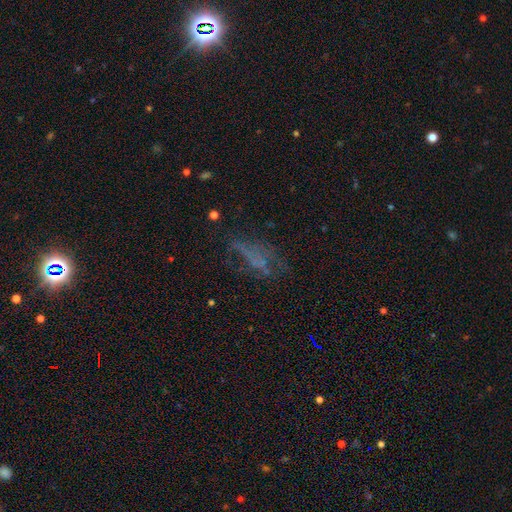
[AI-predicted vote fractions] star or artifact 36%, featured or disk 33%, smooth 32%.